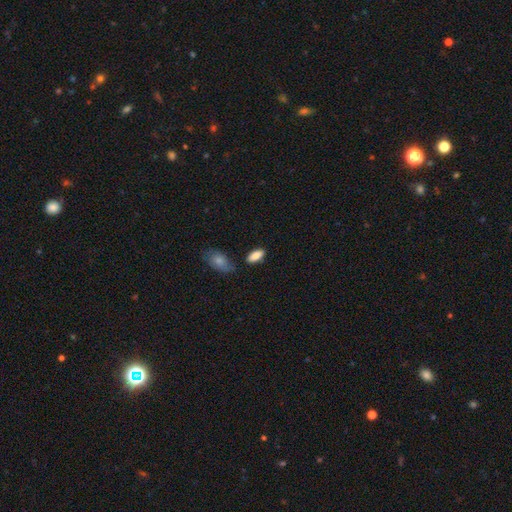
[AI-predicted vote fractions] Smooth or featured? smooth (85%)
How rounded? in between (84%)
Merging? none (74%)